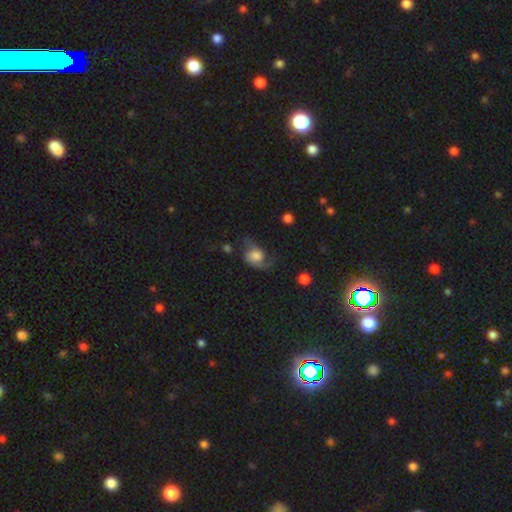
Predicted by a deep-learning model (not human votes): Smooth or featured?
  - featured or disk: 48% *
  - smooth: 42%
  - star or artifact: 10%
Merging?
  - none: 36% *
  - major disturbance: 34%
  - minor disturbance: 27%
  - merger: 3%